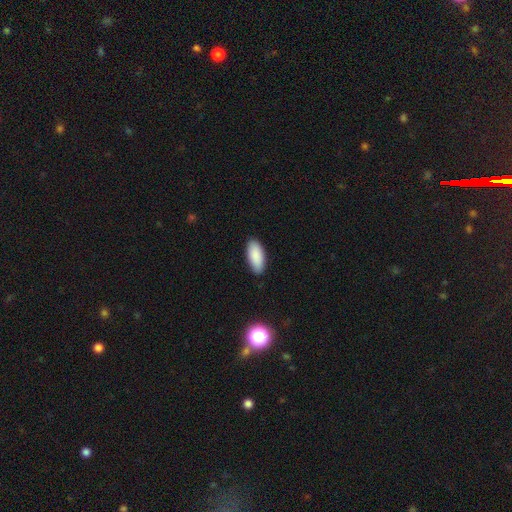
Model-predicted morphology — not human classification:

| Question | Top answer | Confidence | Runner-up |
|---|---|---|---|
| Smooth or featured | smooth | 90% | star or artifact (6%) |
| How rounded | in between | 89% | cigar-shaped (10%) |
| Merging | none | 87% | minor disturbance (10%) |